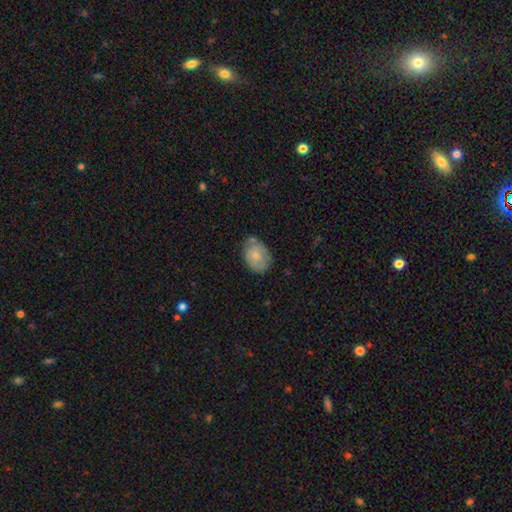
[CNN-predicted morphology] This is likely a smooth galaxy (75%). How rounded: likely in between (72%). Merging: likely none (66%).